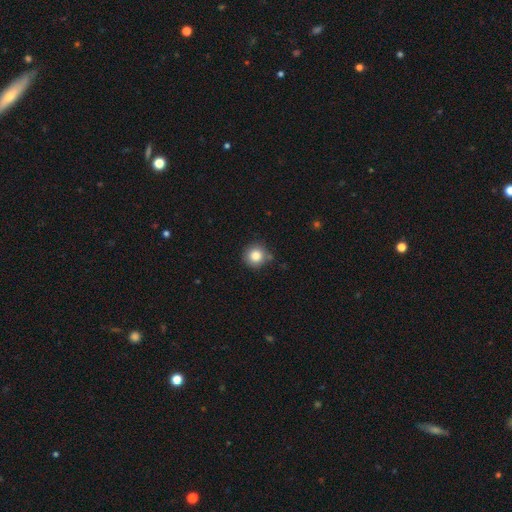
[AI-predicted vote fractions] Smooth or featured? smooth (84%)
How rounded? round (93%)
Merging? none (78%)